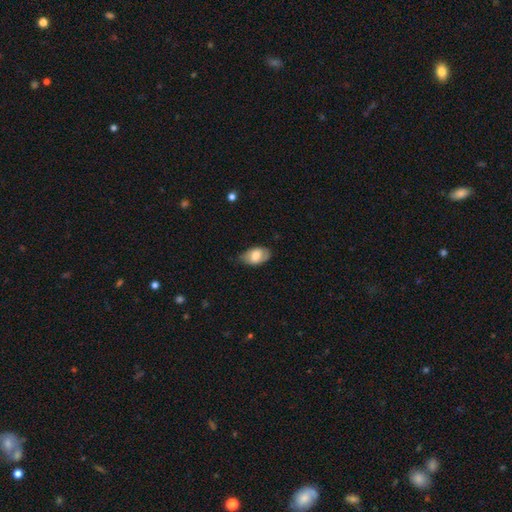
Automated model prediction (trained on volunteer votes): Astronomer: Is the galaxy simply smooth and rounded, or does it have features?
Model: smooth — 69%.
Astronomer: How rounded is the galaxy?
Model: in between — 92%.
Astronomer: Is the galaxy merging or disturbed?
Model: none — 61%.